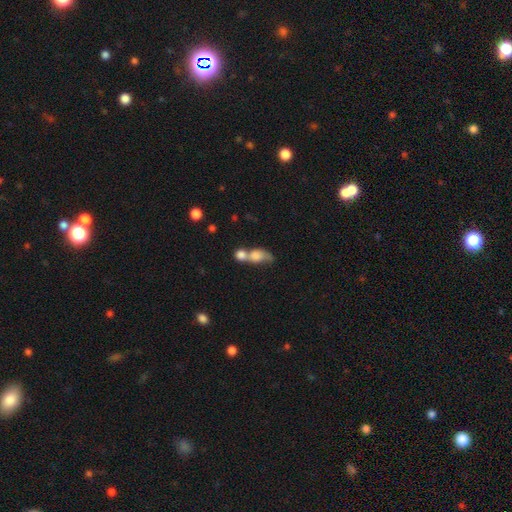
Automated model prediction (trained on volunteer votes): The model was most divided on "how rounded": in between: 61%, round: 33%, cigar-shaped: 7%. More confident: smooth or featured — smooth (71%); merging — merger (69%).